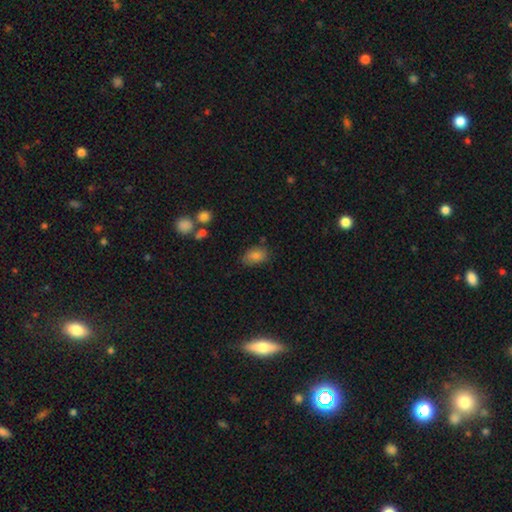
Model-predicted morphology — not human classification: smooth-or-featured: smooth: 79% | star or artifact: 12% | featured or disk: 9%
  how-rounded: in between: 85% | round: 14% | cigar-shaped: 2%
  merging: none: 73% | minor disturbance: 19% | major disturbance: 4% | merger: 4%